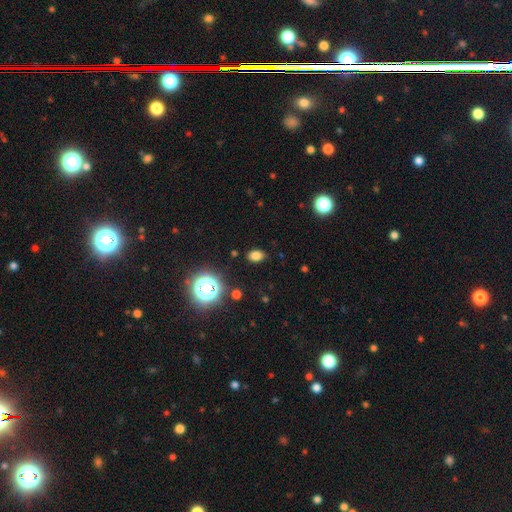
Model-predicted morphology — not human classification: A smooth galaxy with no disk features (75%) that is in between round and cigar-shaped (79%).

Vote fractions:
- Smooth or featured? smooth: 75% / star or artifact: 18% / featured or disk: 6%
- How rounded? in between: 79% / round: 19% / cigar-shaped: 1%
- Merging? none: 86% / minor disturbance: 10% / major disturbance: 3% / merger: 2%